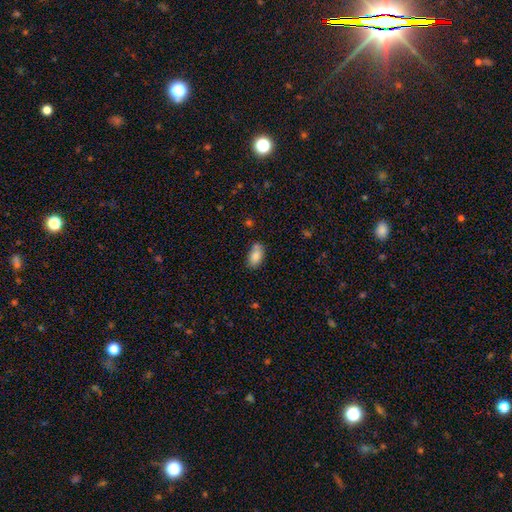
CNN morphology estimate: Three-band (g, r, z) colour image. It shows a smooth galaxy with no disk features (84%) that is in between round and cigar-shaped (91%). Merging: none (67%).